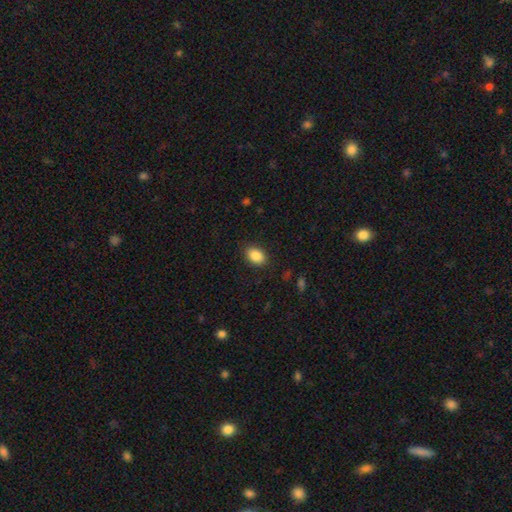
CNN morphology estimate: Q: Smooth or featured?
A: smooth (88%); runner-up: star or artifact (8%)
Q: How rounded?
A: in between (81%); runner-up: round (18%)
Q: Merging?
A: none (87%); runner-up: minor disturbance (9%)